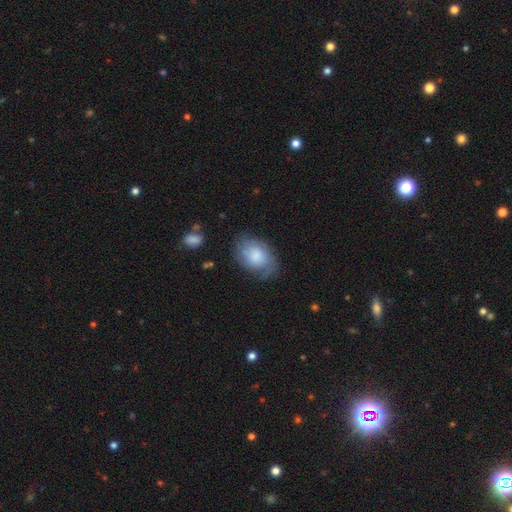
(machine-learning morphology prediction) Smooth or featured? Predicted: smooth (p=0.61). How rounded? Predicted: in between (p=0.80). Merging? Predicted: none (p=0.63).